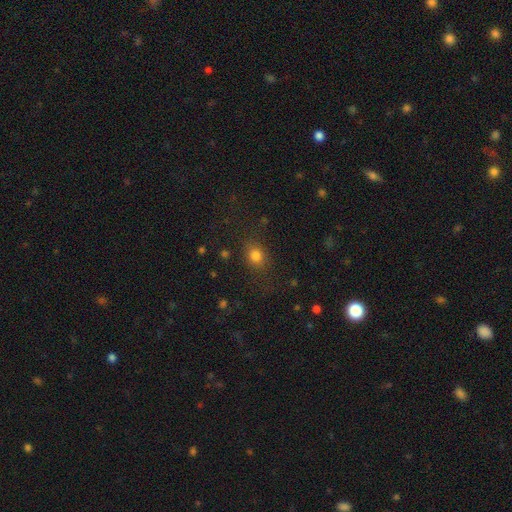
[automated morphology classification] Smooth or featured?
  - smooth: 80% *
  - star or artifact: 13%
  - featured or disk: 7%
How rounded?
  - round: 59% *
  - in between: 40%
  - cigar-shaped: 2%
Merging?
  - none: 79% *
  - minor disturbance: 13%
  - major disturbance: 6%
  - merger: 2%